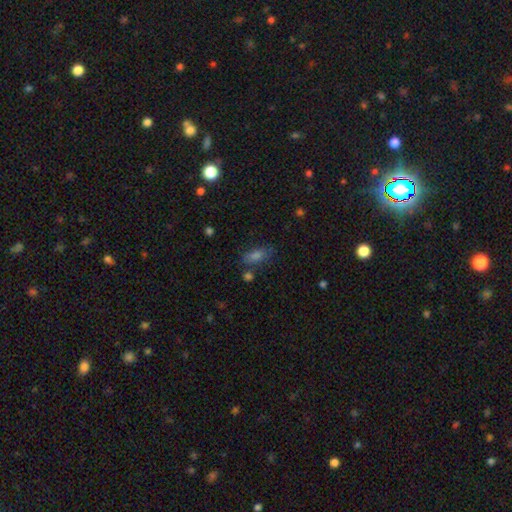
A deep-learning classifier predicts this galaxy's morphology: smooth_or_featured: smooth (p=0.65) [alt: star or artifact p=0.22]
how_rounded: in between (p=0.76) [alt: cigar-shaped p=0.16]
merging: none (p=0.74) [alt: minor disturbance p=0.15]